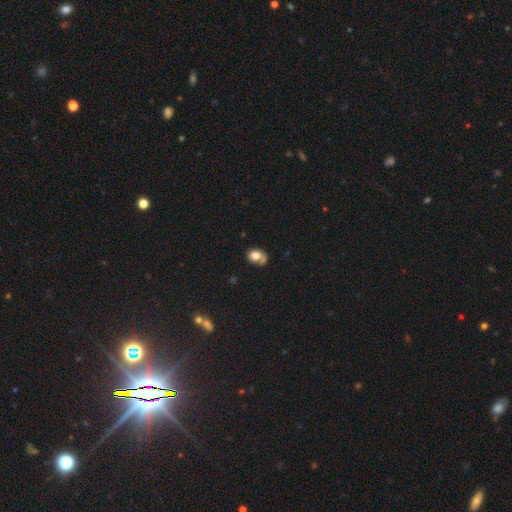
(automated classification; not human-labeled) Morphology: type=smooth (74%); roundness=in between (65%); merging=none (43%).